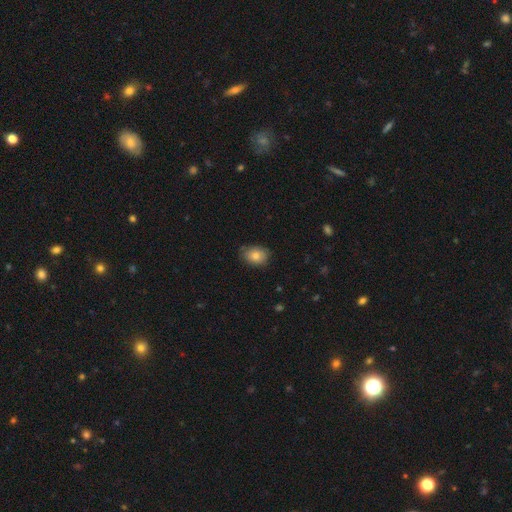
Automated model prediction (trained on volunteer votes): smooth-or-featured: smooth: 82% | featured or disk: 10% | star or artifact: 8%
  how-rounded: in between: 70% | round: 29% | cigar-shaped: 1%
  merging: none: 76% | minor disturbance: 20% | major disturbance: 3% | merger: 1%